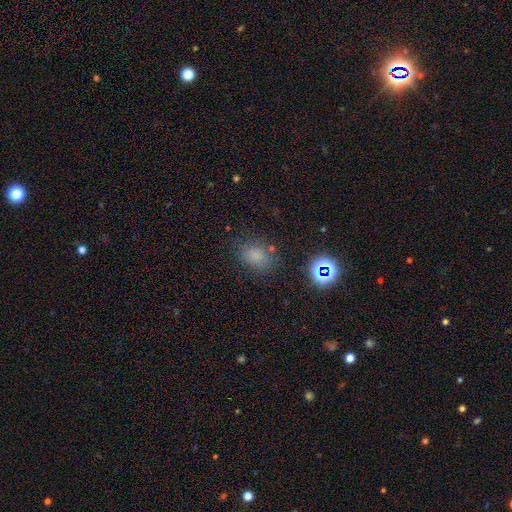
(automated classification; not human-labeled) Overall: smooth (72%). How rounded: in between (59%; round 40%). Merging: none (76%).